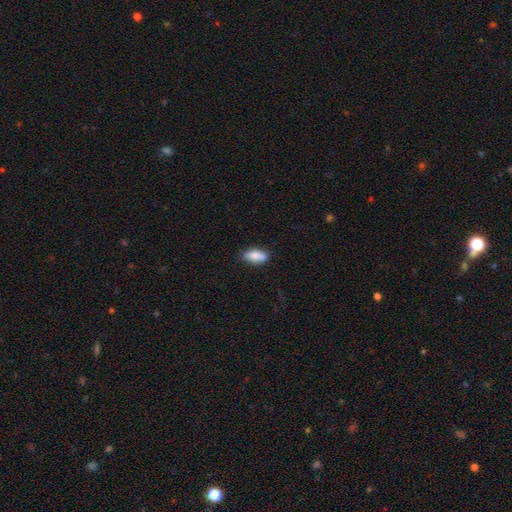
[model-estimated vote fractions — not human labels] smooth-or-featured: smooth: 83% | featured or disk: 10% | star or artifact: 7%
  how-rounded: in between: 85% | cigar-shaped: 12% | round: 3%
  merging: none: 78% | minor disturbance: 17% | major disturbance: 3% | merger: 2%